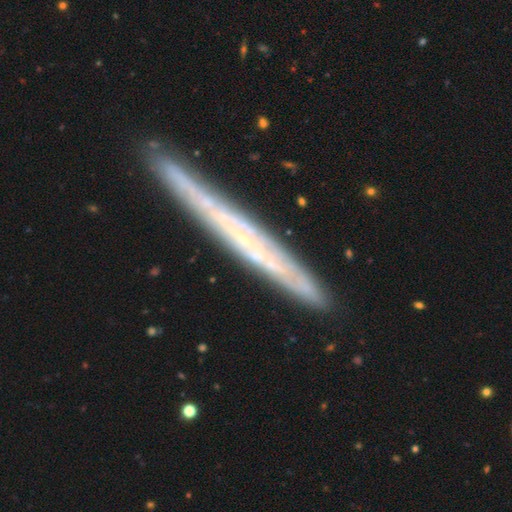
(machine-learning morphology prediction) Smooth or featured: featured or disk — 73% (smooth — 20%)
Edge-on disk: yes — 90% (no — 10%)
Edge-on bulge: none — 82% (rounded — 14%)
Merging: none — 86% (minor disturbance — 10%)